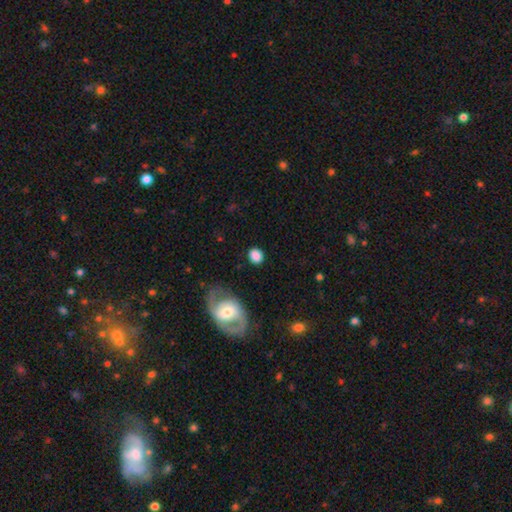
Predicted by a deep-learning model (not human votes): Overall: smooth (80%). How rounded: round (66%; in between 33%). Merging: none (82%).